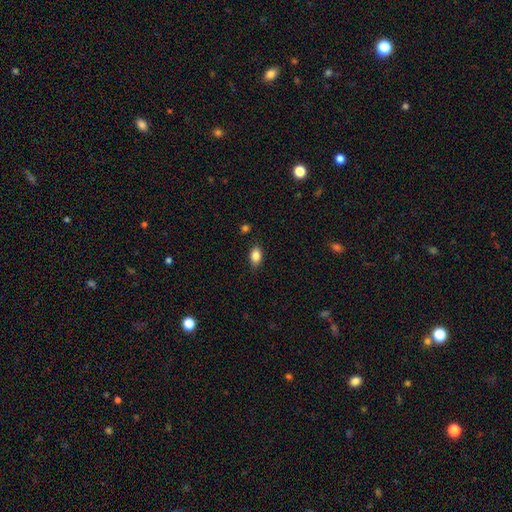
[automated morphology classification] type=smooth (85%); roundness=in between (88%); merging=none (85%).